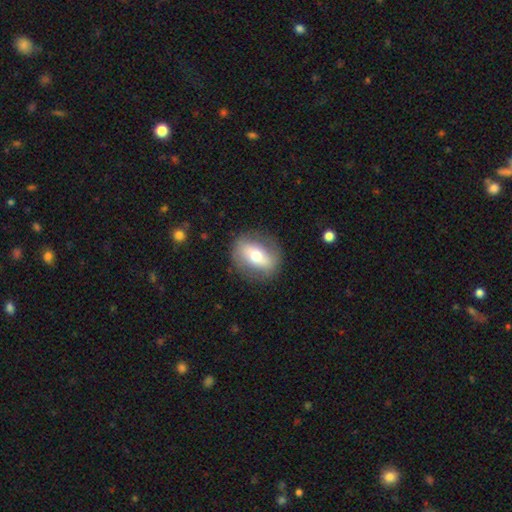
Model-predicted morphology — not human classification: This appears to be a smooth galaxy with no disk features (49%). Merging: none (83%).